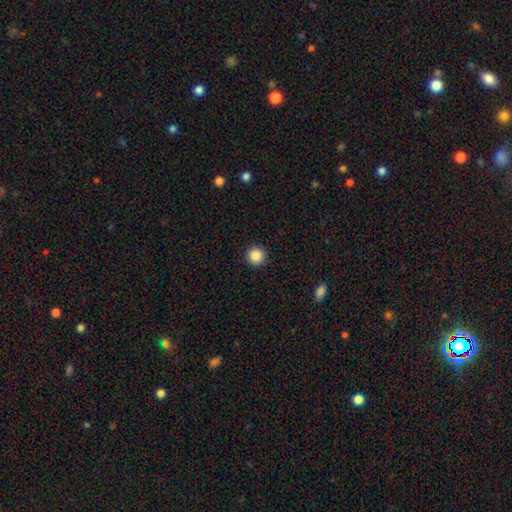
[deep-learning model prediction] This is clearly a smooth galaxy (87%). How rounded: clearly round (96%). Merging: clearly none (92%).